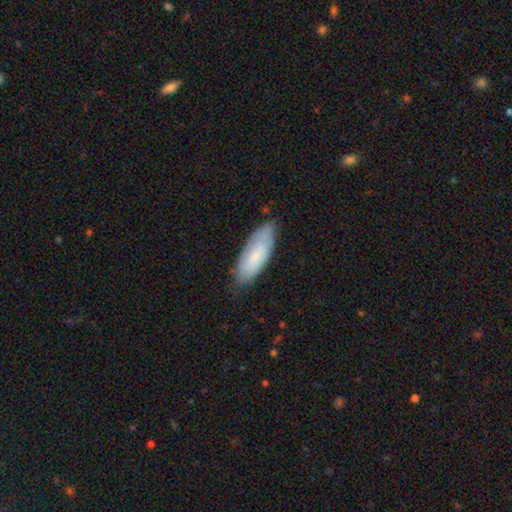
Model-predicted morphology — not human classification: The model was most divided on "how rounded": in between: 70%, cigar-shaped: 28%, round: 2%. More confident: merging — none (75%); smooth or featured — smooth (73%).